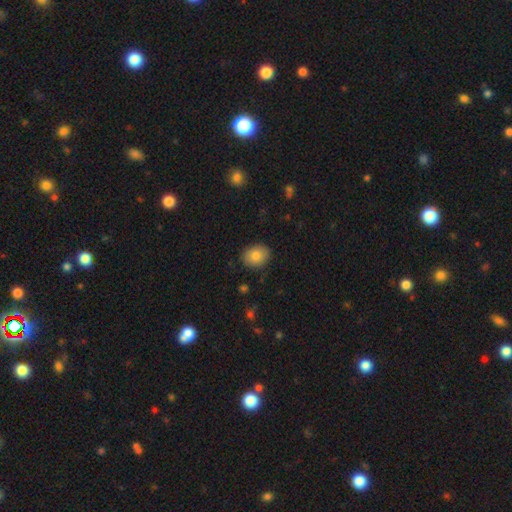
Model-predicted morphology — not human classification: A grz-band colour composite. It shows a smooth galaxy with no disk features (82%) that is in between round and cigar-shaped (57%). Merging: none (85%).